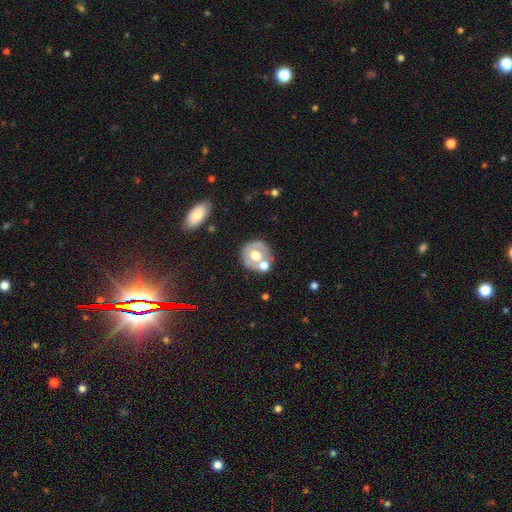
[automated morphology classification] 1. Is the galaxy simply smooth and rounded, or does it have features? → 48% featured or disk, 43% smooth, 8% star or artifact.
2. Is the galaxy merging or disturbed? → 55% none, 26% merger, 14% minor disturbance, 6% major disturbance.